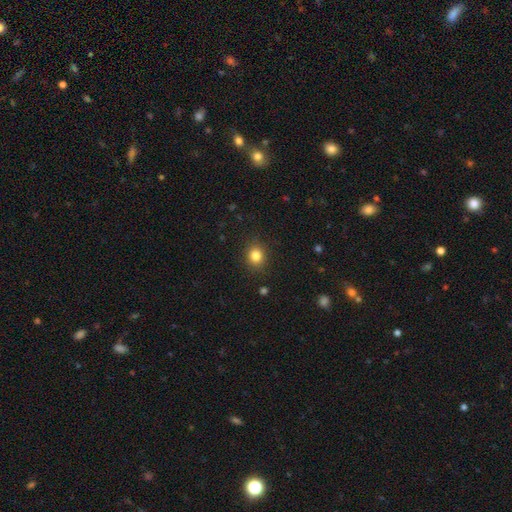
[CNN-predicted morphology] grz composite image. It shows a smooth galaxy with no disk features (83%) that is round (74%). Merging: none (88%).